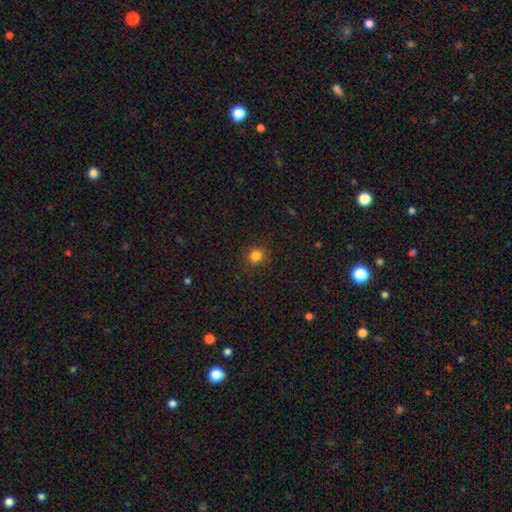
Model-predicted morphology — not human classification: Smooth or featured? smooth (82%)
How rounded? round (89%)
Merging? none (88%)